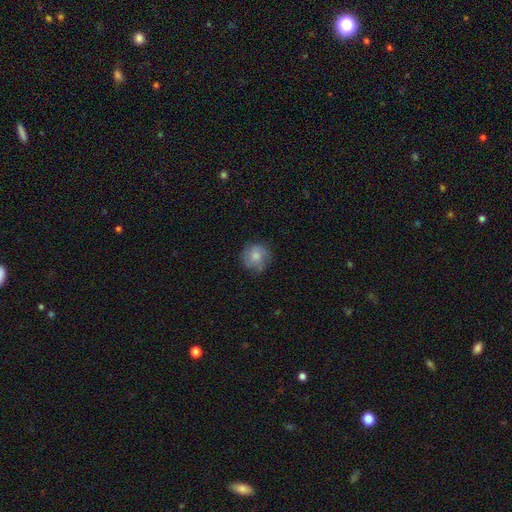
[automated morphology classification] smooth_or_featured: smooth (p=0.68) [alt: featured or disk p=0.24]
how_rounded: round (p=0.90) [alt: in between p=0.09]
merging: none (p=0.75) [alt: minor disturbance p=0.19]